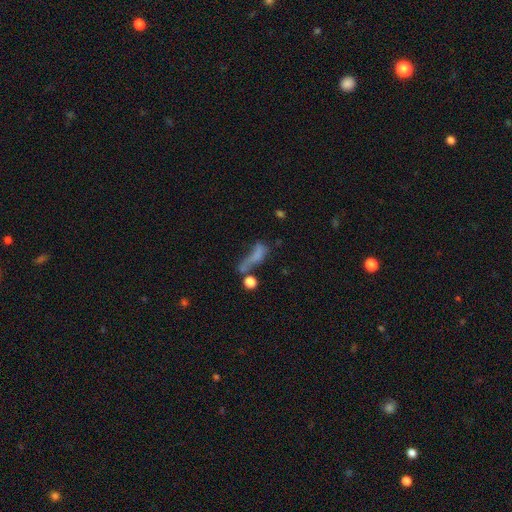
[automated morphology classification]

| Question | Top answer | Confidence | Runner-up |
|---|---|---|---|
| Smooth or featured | smooth | 52% | featured or disk (28%) |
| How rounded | cigar-shaped | 47% | in between (43%) |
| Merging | major disturbance | 32% | merger (26%) |